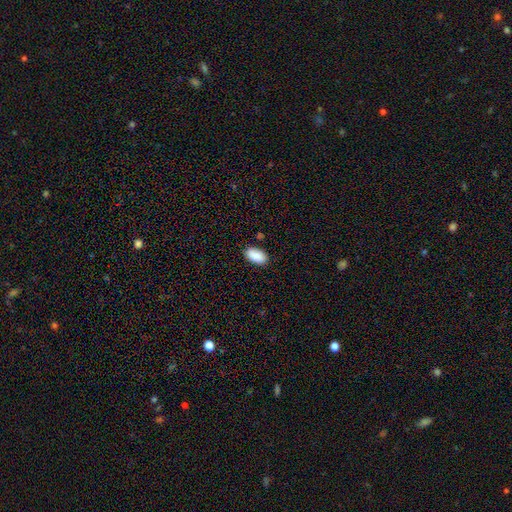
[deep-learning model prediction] smooth-or-featured: smooth: 89% | star or artifact: 7% | featured or disk: 4%
  how-rounded: in between: 95% | round: 3% | cigar-shaped: 2%
  merging: none: 86% | minor disturbance: 11% | major disturbance: 2% | merger: 2%